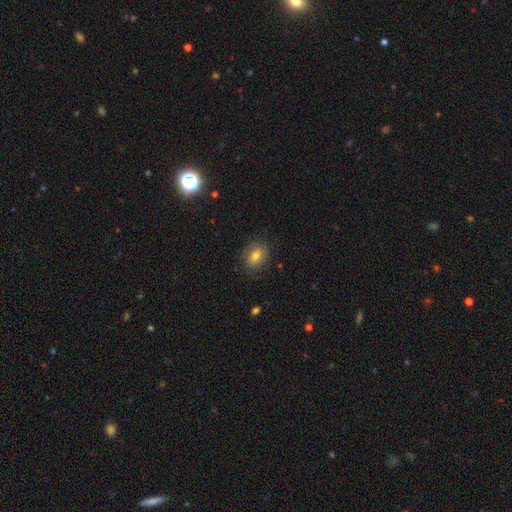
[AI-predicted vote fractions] A smooth galaxy with no disk features (73%) that is in between round and cigar-shaped (55%). Merging: none (81%).